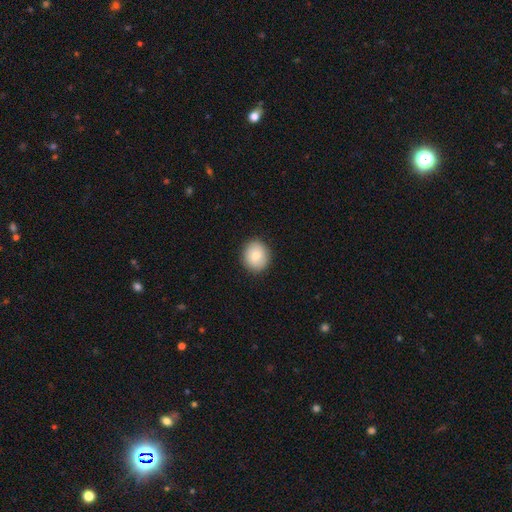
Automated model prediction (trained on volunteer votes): smooth_or_featured: smooth (p=0.82) [alt: featured or disk p=0.11]
how_rounded: round (p=0.74) [alt: in between p=0.25]
merging: none (p=0.90) [alt: minor disturbance p=0.07]